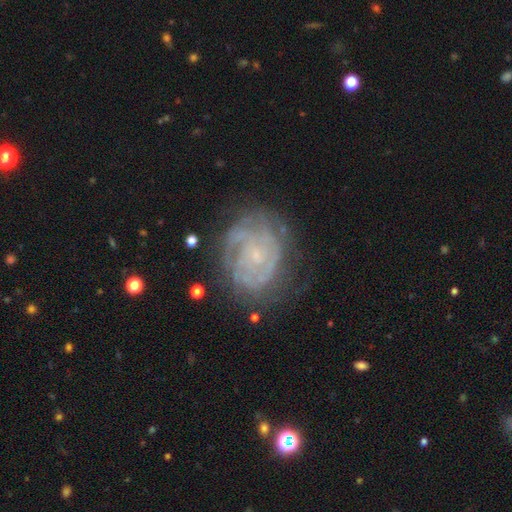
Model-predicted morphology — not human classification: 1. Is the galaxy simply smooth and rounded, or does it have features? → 82% featured or disk, 11% smooth, 7% star or artifact.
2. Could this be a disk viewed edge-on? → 98% no, 2% yes.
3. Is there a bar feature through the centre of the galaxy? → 74% no, 21% weak, 4% strong.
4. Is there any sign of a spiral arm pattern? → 91% yes, 9% no.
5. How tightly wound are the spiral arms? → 71% tight, 24% medium, 6% loose.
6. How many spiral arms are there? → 39% can't tell, 24% 2, 16% 3, 9% 4, 6% more than 4, 6% 1.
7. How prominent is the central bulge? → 78% small, 13% moderate, 7% none, 1% large, 1% dominant.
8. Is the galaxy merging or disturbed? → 69% none, 20% minor disturbance, 10% major disturbance, 2% merger.